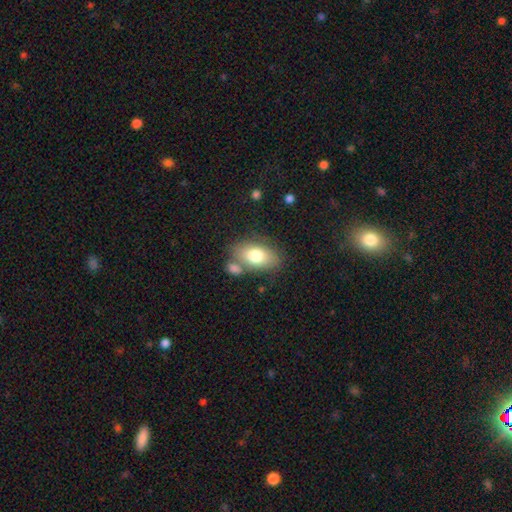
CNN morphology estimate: This is likely a smooth galaxy (75%). How rounded: clearly in between (90%). Merging: likely none (62%).